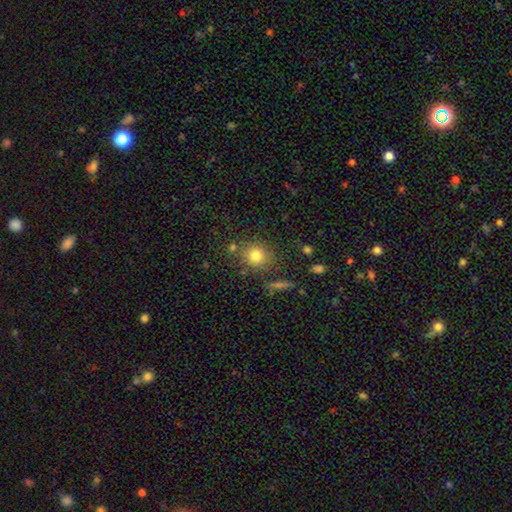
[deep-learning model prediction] This appears to be a smooth galaxy with no disk features (78%) that is round (82%). Merging: none (78%).